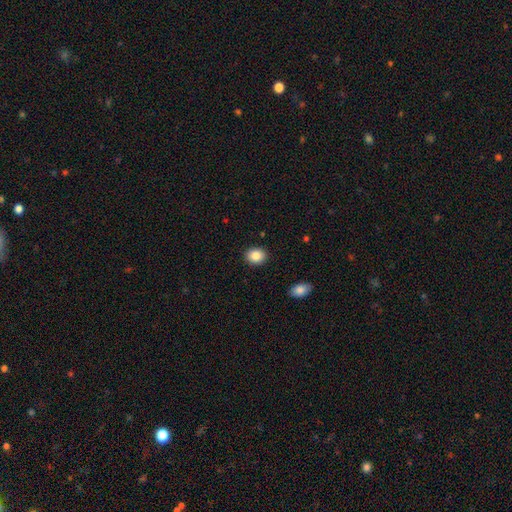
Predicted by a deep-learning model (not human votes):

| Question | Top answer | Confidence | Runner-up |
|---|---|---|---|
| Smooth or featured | smooth | 87% | star or artifact (8%) |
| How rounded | round | 50% | in between (49%) |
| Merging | none | 90% | minor disturbance (7%) |